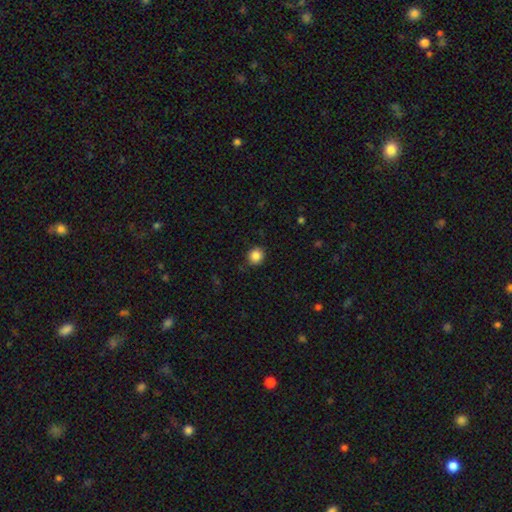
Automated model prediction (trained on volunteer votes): Smooth or featured?
  - smooth: 86% *
  - star or artifact: 10%
  - featured or disk: 4%
How rounded?
  - round: 88% *
  - in between: 11%
  - cigar-shaped: 1%
Merging?
  - none: 86% *
  - minor disturbance: 10%
  - major disturbance: 2%
  - merger: 1%